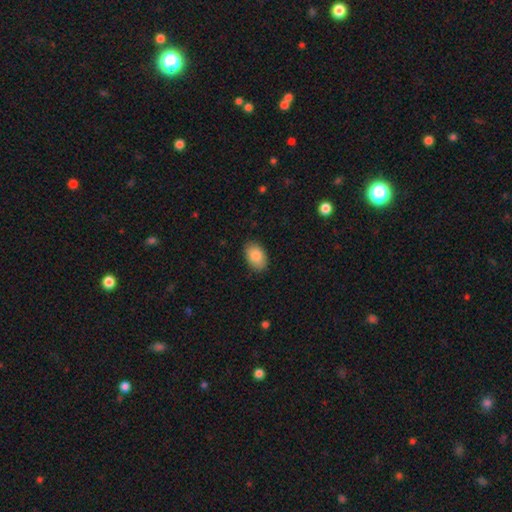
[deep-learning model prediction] smooth_or_featured: smooth (p=0.86) [alt: featured or disk p=0.07]
how_rounded: in between (p=0.91) [alt: round p=0.08]
merging: none (p=0.86) [alt: minor disturbance p=0.11]